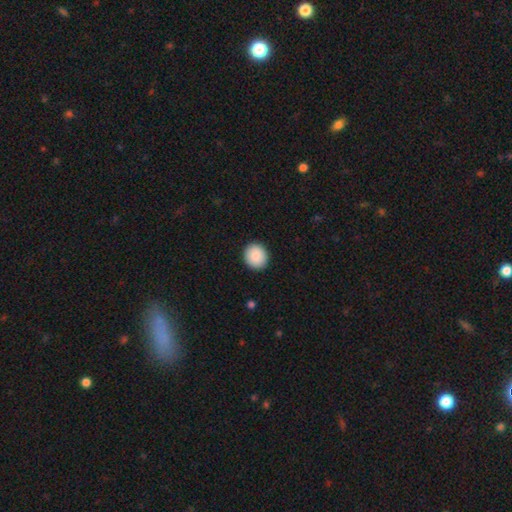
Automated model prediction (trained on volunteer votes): smooth_or_featured: smooth (p=0.89) [alt: star or artifact p=0.07]
how_rounded: round (p=0.80) [alt: in between p=0.19]
merging: none (p=0.92) [alt: minor disturbance p=0.06]